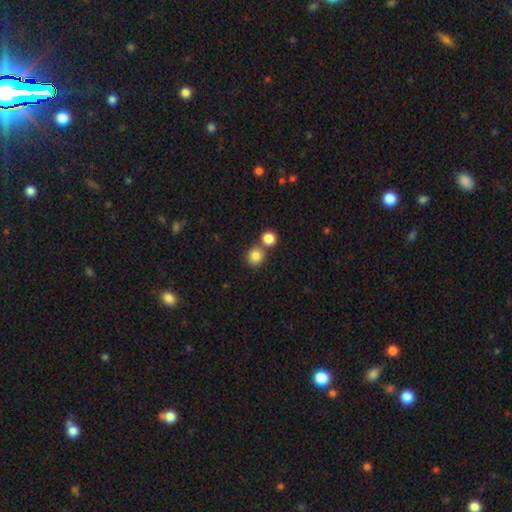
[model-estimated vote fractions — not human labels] Overall: smooth (85%). How rounded: round (87%). Merging: none (63%; merger 27%).